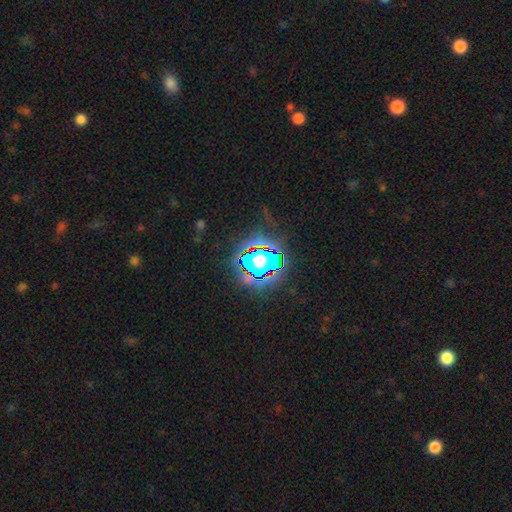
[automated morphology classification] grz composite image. It shows a star or artifact, not a galaxy (68%).